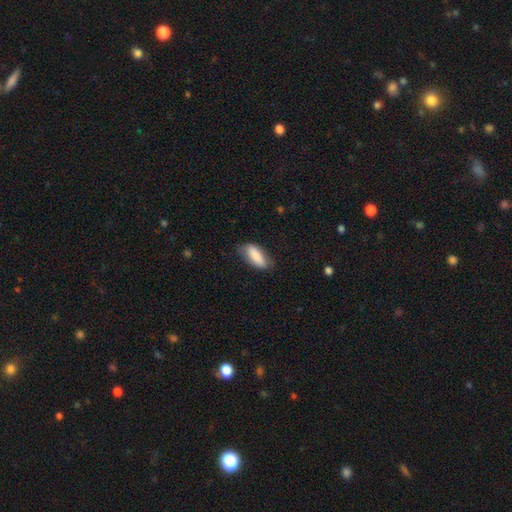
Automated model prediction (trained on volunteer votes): Morphology: type=smooth (81%); roundness=in between (80%); merging=none (69%).